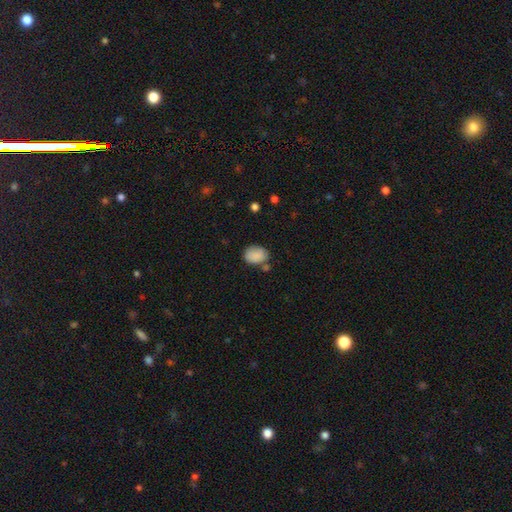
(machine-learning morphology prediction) This appears to be a smooth galaxy with no disk features (88%) that is in between round and cigar-shaped (64%). Merging: none (67%).